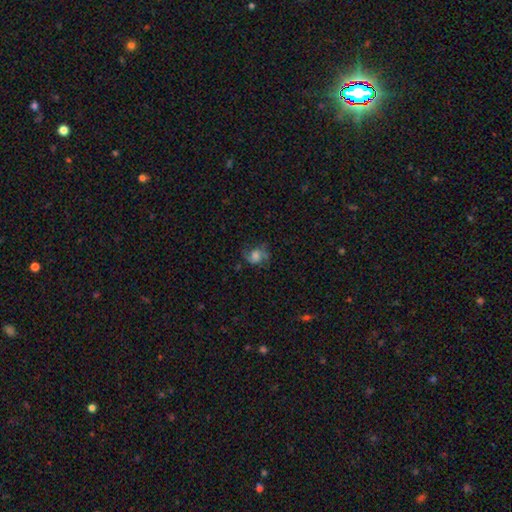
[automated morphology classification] The model was most divided on "smooth or featured": featured or disk: 52%, smooth: 36%, star or artifact: 12%. More confident: edge-on disk — no (97%); merging — none (61%).